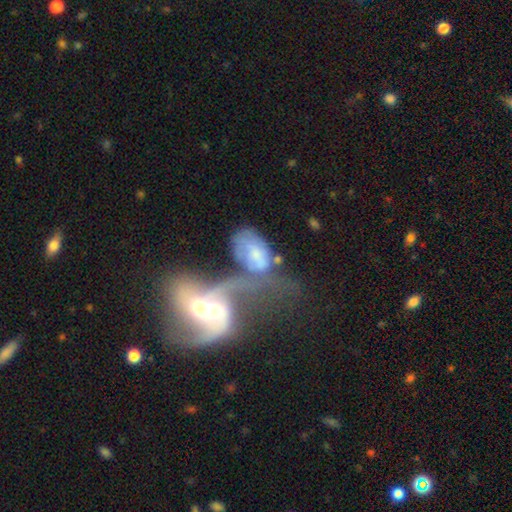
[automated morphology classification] smooth_or_featured: featured or disk (p=0.57) [alt: smooth p=0.34]
disk_edge_on: no (p=0.95) [alt: yes p=0.05]
bar: no (p=0.63) [alt: weak p=0.28]
has_spiral_arms: yes (p=0.63) [alt: no p=0.37]
bulge_size: moderate (p=0.45) [alt: small p=0.33]
merging: merger (p=0.69) [alt: major disturbance p=0.17]